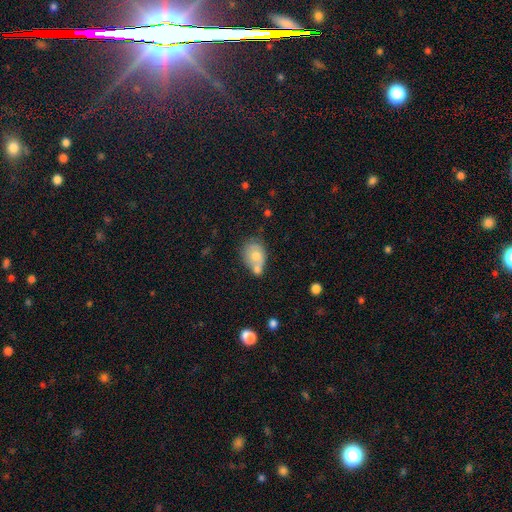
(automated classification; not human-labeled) smooth 68%, featured or disk 23%, star or artifact 8%. Down the decision tree: how rounded — in between (51%); merging — merger (49%).